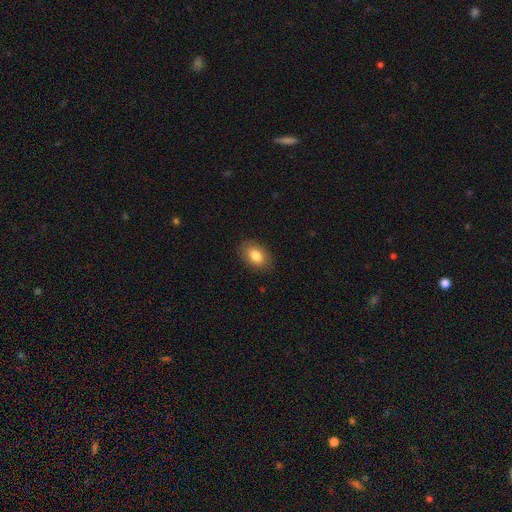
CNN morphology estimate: smooth_or_featured: smooth (p=0.82) [alt: featured or disk p=0.10]
how_rounded: in between (p=0.85) [alt: round p=0.13]
merging: none (p=0.86) [alt: minor disturbance p=0.10]